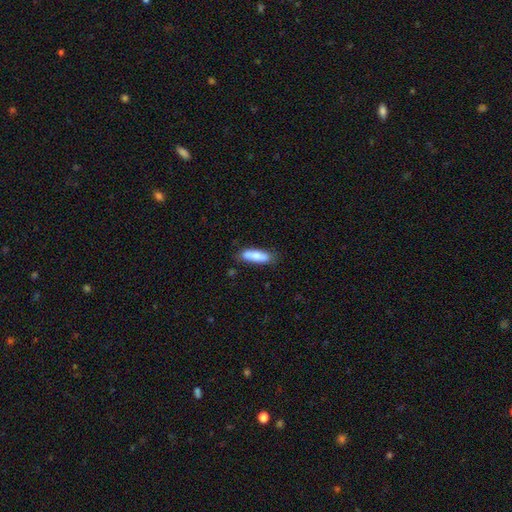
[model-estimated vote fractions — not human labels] Smooth or featured?
  - smooth: 74% *
  - featured or disk: 20%
  - star or artifact: 6%
How rounded?
  - in between: 51% *
  - cigar-shaped: 47%
  - round: 2%
Merging?
  - none: 71% *
  - minor disturbance: 18%
  - merger: 7%
  - major disturbance: 4%